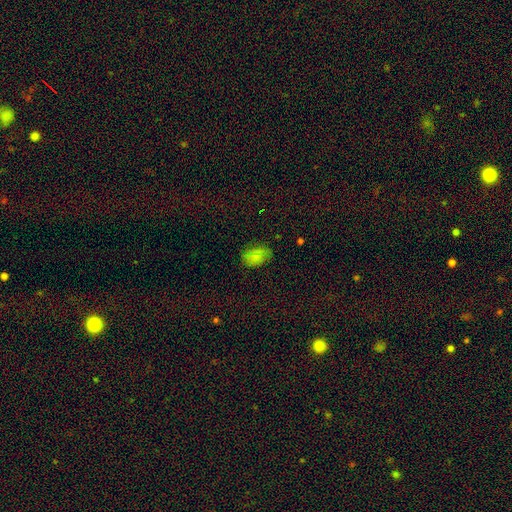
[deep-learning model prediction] This appears to be a smooth galaxy with no disk features (73%) that is in between round and cigar-shaped (87%). Merging: none (70%).